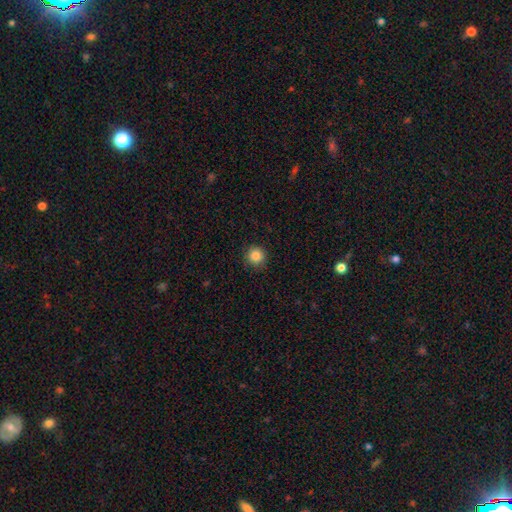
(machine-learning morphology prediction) This is clearly a smooth galaxy (86%). How rounded: clearly round (93%). Merging: clearly none (89%).